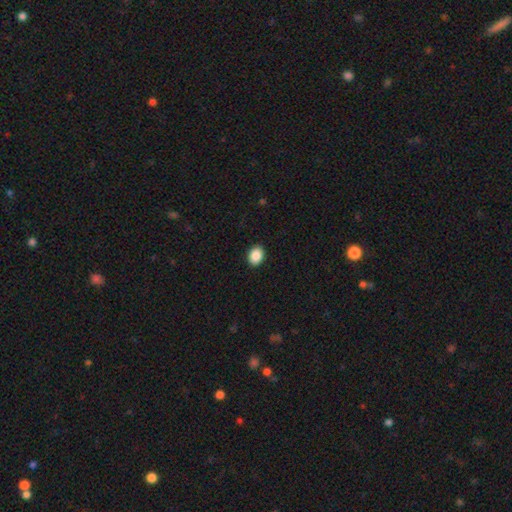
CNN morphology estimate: This is clearly a smooth galaxy (89%). How rounded: likely in between (63%). Merging: clearly none (91%).